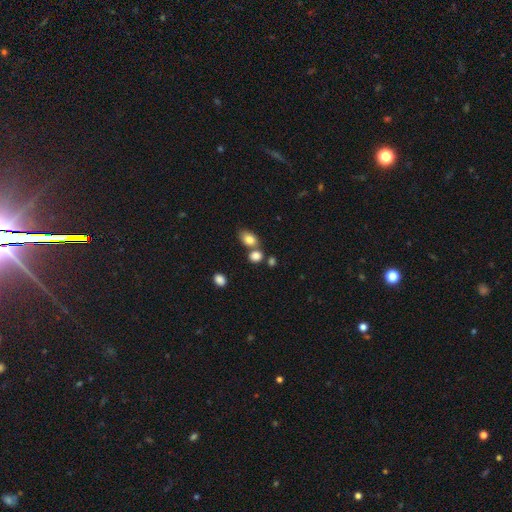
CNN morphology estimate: The model was most divided on "how rounded": in between: 56%, round: 42%, cigar-shaped: 1%. More confident: smooth or featured — smooth (83%); merging — none (51%).